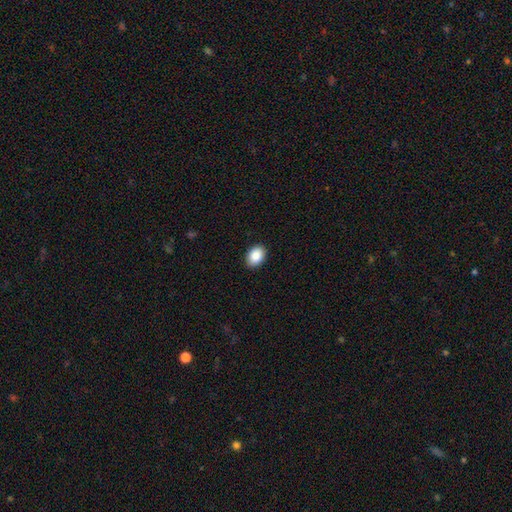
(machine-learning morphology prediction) Smooth or featured: smooth — 89% (star or artifact — 7%)
How rounded: in between — 78% (round — 21%)
Merging: none — 90% (minor disturbance — 8%)